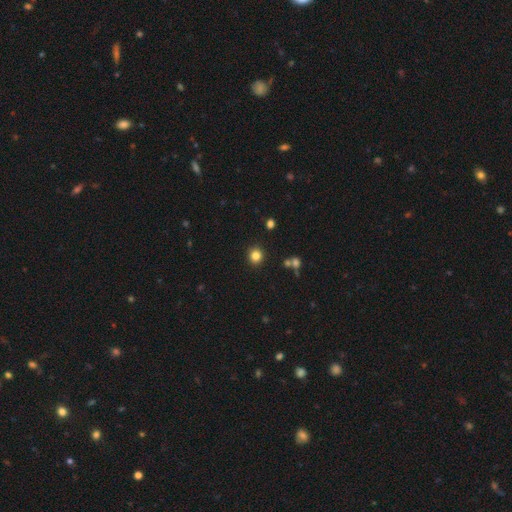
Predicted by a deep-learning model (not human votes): A smooth galaxy with no disk features (82%) that is round (90%). Merging: none (90%).